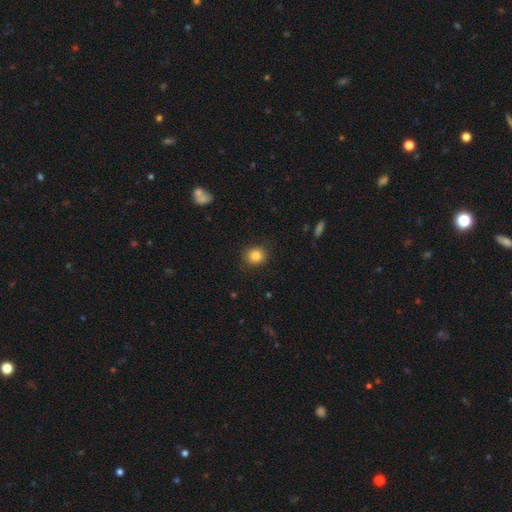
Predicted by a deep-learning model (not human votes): Smooth or featured? Predicted: smooth (p=0.84). How rounded? Predicted: round (p=0.84). Merging? Predicted: none (p=0.88).